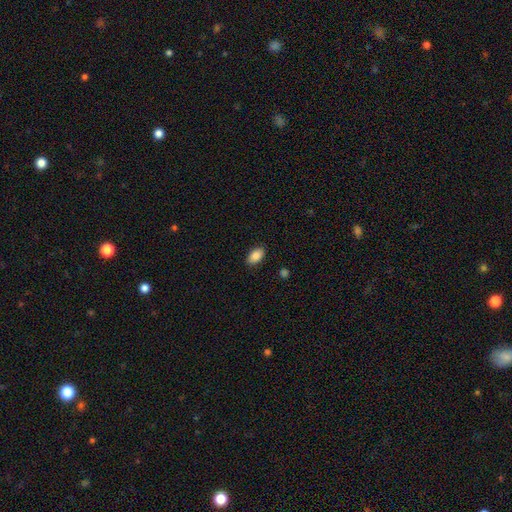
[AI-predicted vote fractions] smooth_or_featured: smooth (p=0.87) [alt: star or artifact p=0.07]
how_rounded: in between (p=0.92) [alt: round p=0.06]
merging: none (p=0.88) [alt: minor disturbance p=0.09]